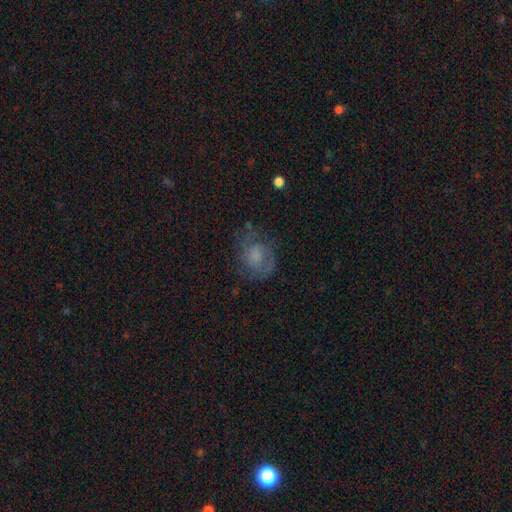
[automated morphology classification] A featured or disk galaxy (49%). Merging: none (60%).